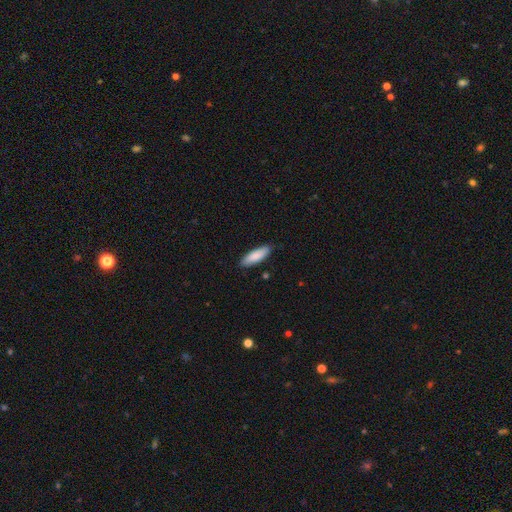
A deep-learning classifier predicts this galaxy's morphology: Smooth or featured? Predicted: smooth (p=0.87). How rounded? Predicted: in between (p=0.54). Merging? Predicted: none (p=0.86).